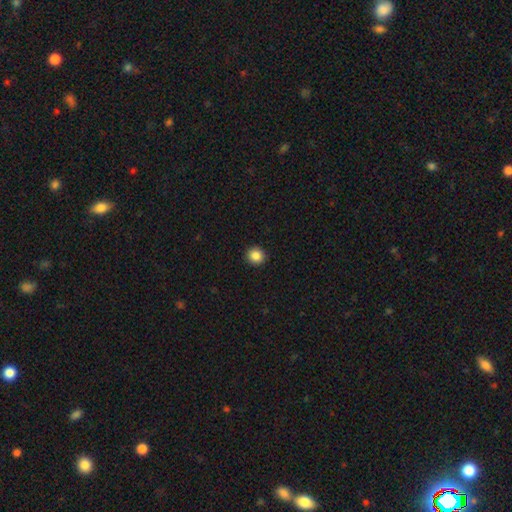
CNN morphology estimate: smooth-or-featured: smooth: 86% | star or artifact: 10% | featured or disk: 4%
  how-rounded: round: 92% | in between: 7% | cigar-shaped: 1%
  merging: none: 93% | minor disturbance: 5% | major disturbance: 2% | merger: 1%